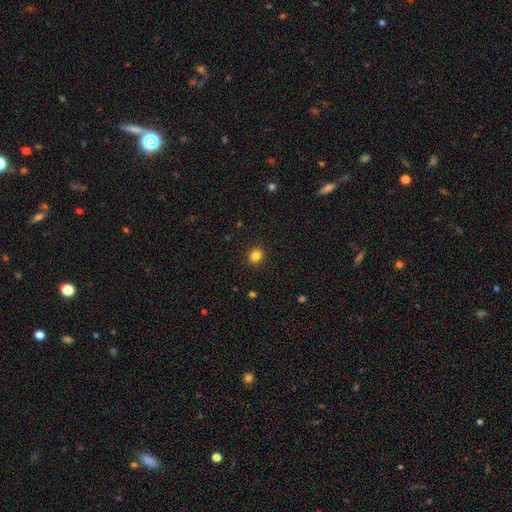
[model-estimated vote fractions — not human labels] smooth 84%, star or artifact 12%, featured or disk 4%. Down the decision tree: how rounded — round (87%); merging — none (92%).